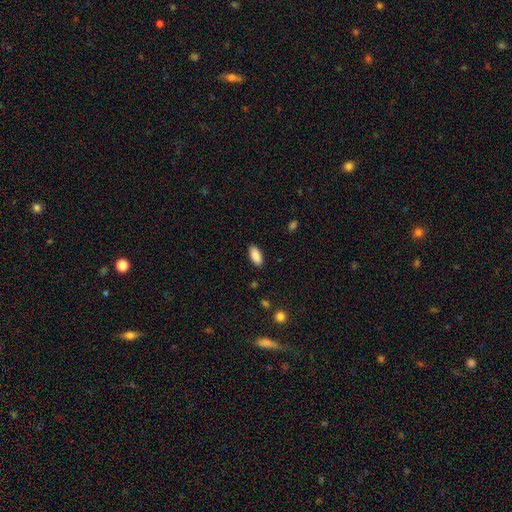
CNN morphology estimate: A smooth galaxy with no disk features (89%) that is in between round and cigar-shaped (92%).

Vote fractions:
- Smooth or featured? smooth: 89% / star or artifact: 7% / featured or disk: 4%
- How rounded? in between: 92% / cigar-shaped: 6% / round: 2%
- Merging? none: 88% / minor disturbance: 9% / major disturbance: 2% / merger: 1%